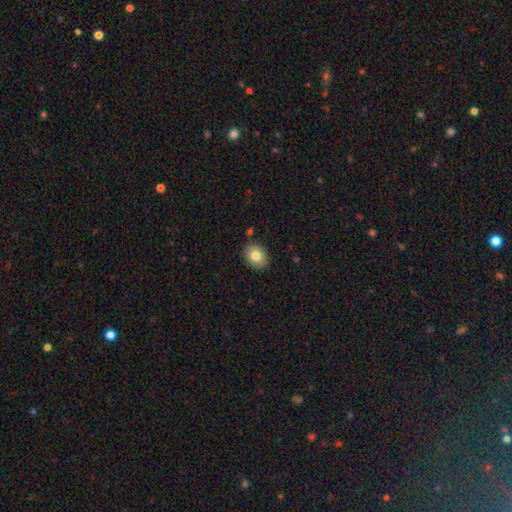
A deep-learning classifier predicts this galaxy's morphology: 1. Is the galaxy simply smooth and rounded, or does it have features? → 81% smooth, 11% featured or disk, 9% star or artifact.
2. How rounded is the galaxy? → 52% in between, 47% round, 1% cigar-shaped.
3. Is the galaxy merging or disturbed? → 86% none, 10% minor disturbance, 2% merger, 2% major disturbance.